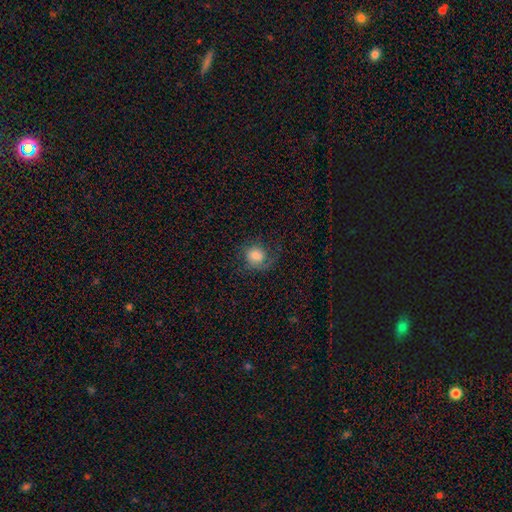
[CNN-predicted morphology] The model was most divided on "smooth or featured": smooth: 58%, featured or disk: 32%, star or artifact: 10%. More confident: how rounded — round (70%); merging — none (59%).